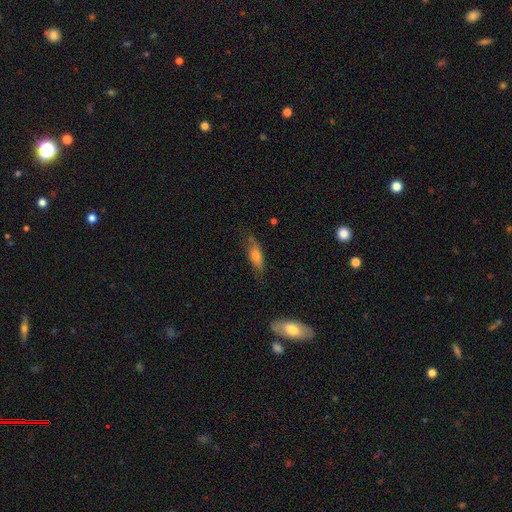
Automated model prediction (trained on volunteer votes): Smooth or featured: smooth — 61% (featured or disk — 31%)
How rounded: in between — 49% (cigar-shaped — 48%)
Merging: none — 69% (minor disturbance — 22%)